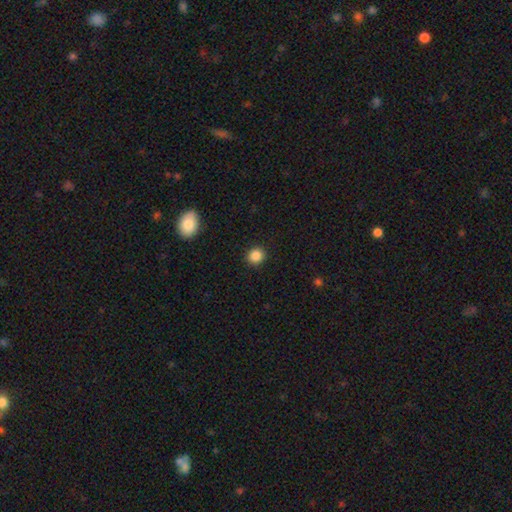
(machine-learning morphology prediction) A smooth galaxy with no disk features (87%) that is round (89%). Merging: none (91%).